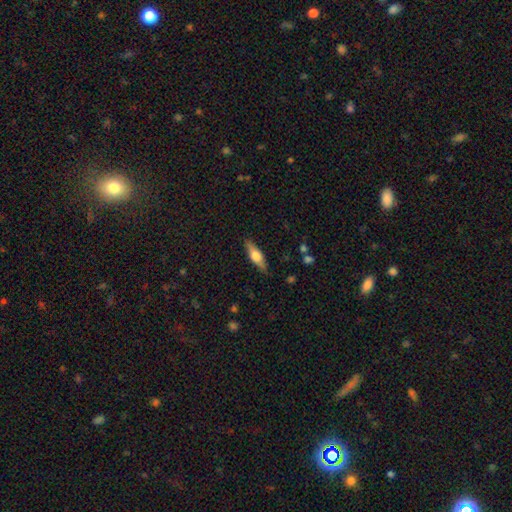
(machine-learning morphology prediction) This appears to be a featured or disk galaxy (49%). Merging: none (87%).